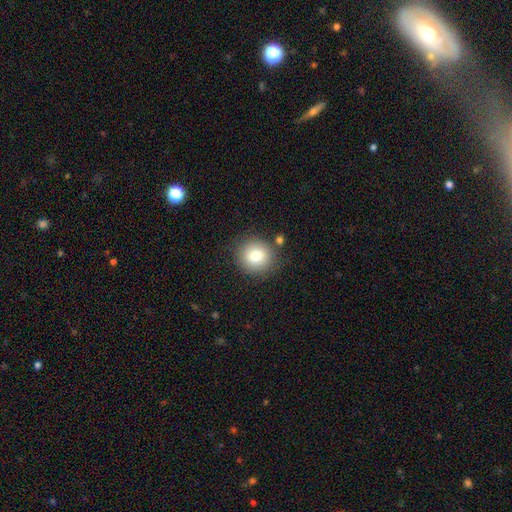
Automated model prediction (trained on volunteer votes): A smooth galaxy with no disk features (79%) that is round (88%).

Vote fractions:
- Smooth or featured? smooth: 79% / featured or disk: 11% / star or artifact: 10%
- How rounded? round: 88% / in between: 11% / cigar-shaped: 1%
- Merging? none: 83% / minor disturbance: 9% / merger: 5% / major disturbance: 3%